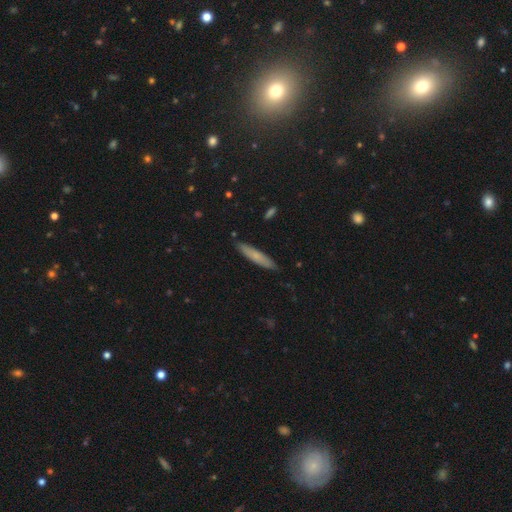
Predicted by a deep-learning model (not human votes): A smooth galaxy with no disk features (70%) that is cigar-shaped (89%). Merging: none (87%).